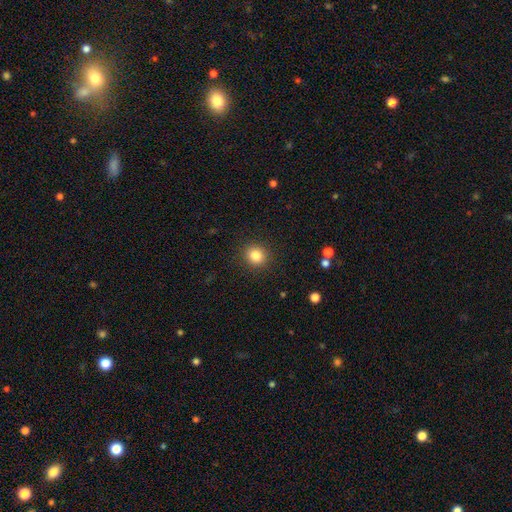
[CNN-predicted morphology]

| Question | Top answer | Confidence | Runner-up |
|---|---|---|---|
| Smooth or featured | smooth | 83% | star or artifact (11%) |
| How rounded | round | 86% | in between (13%) |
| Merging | none | 90% | minor disturbance (6%) |